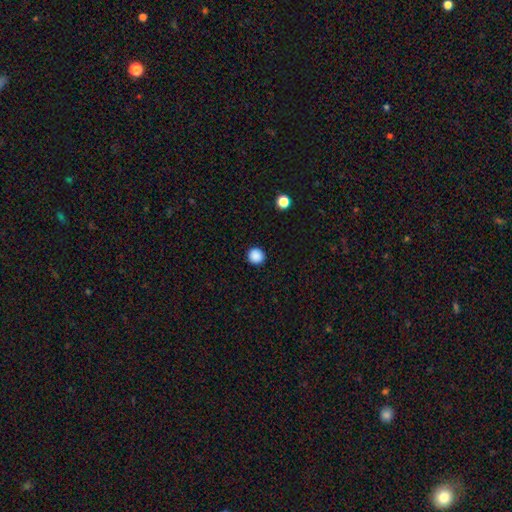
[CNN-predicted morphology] smooth-or-featured: smooth: 88% | star or artifact: 10% | featured or disk: 2%
  how-rounded: round: 94% | in between: 5% | cigar-shaped: 1%
  merging: none: 93% | minor disturbance: 5% | major disturbance: 2% | merger: 1%